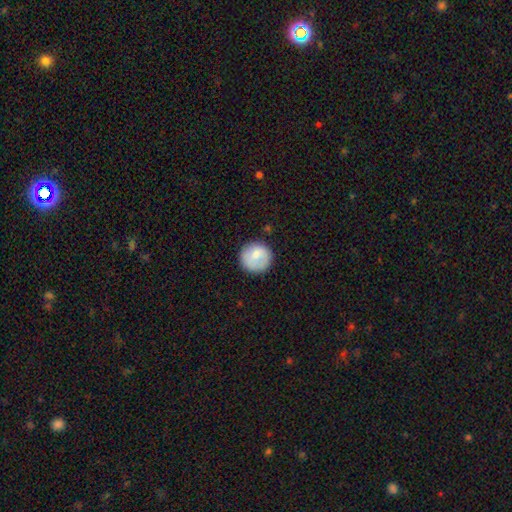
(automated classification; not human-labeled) The model was most divided on "smooth or featured": smooth: 78%, featured or disk: 15%, star or artifact: 7%. More confident: how rounded — round (93%); merging — none (82%).